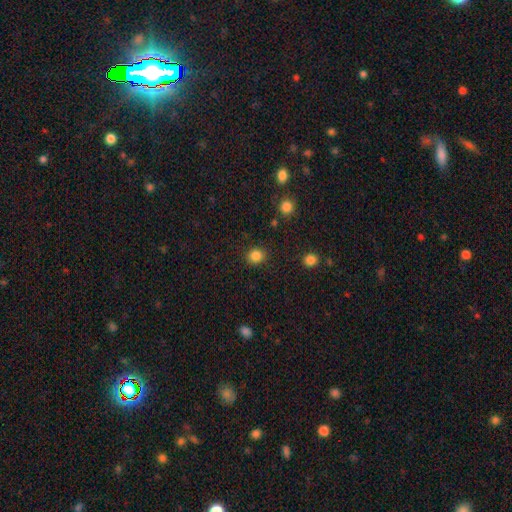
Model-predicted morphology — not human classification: smooth_or_featured: smooth (p=0.85) [alt: star or artifact p=0.11]
how_rounded: round (p=0.78) [alt: in between p=0.21]
merging: none (p=0.88) [alt: minor disturbance p=0.07]